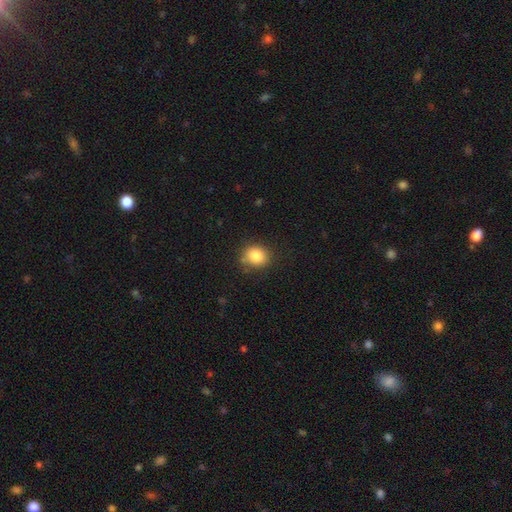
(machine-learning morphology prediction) smooth-or-featured: smooth: 84% | star or artifact: 10% | featured or disk: 6%
  how-rounded: round: 71% | in between: 28% | cigar-shaped: 1%
  merging: none: 78% | minor disturbance: 15% | major disturbance: 4% | merger: 2%